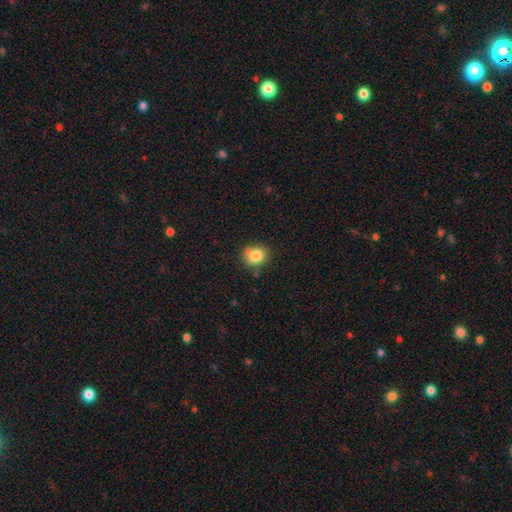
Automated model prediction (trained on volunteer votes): Q: Smooth or featured?
A: smooth (83%); runner-up: star or artifact (10%)
Q: How rounded?
A: round (78%); runner-up: in between (21%)
Q: Merging?
A: none (75%); runner-up: minor disturbance (18%)